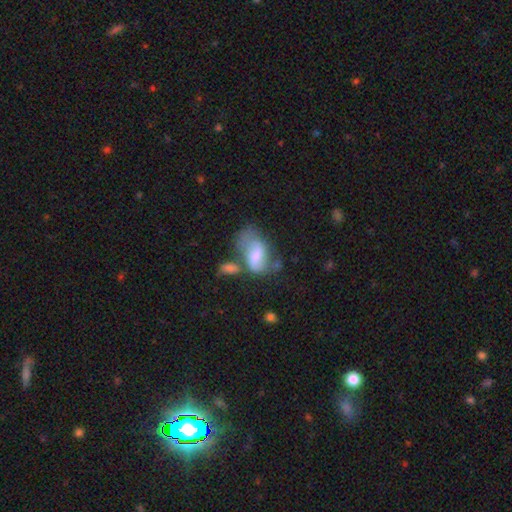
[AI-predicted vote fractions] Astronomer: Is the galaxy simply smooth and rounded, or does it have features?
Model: featured or disk — 46% (runner-up: smooth, 45%).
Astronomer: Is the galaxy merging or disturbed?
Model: none — 29% (runner-up: merger, 26%).